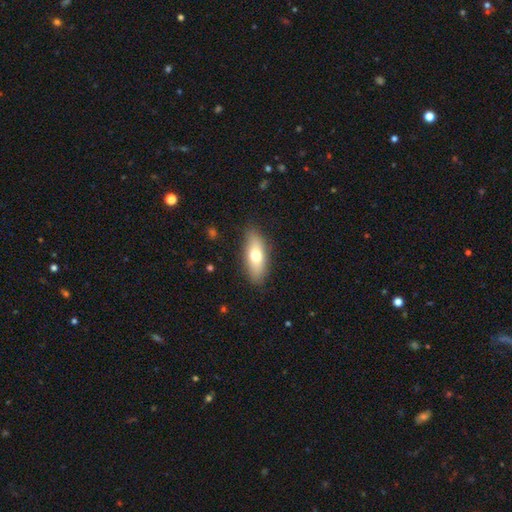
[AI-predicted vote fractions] Smooth or featured: smooth — 68% (featured or disk — 26%)
How rounded: in between — 68% (cigar-shaped — 28%)
Merging: none — 86% (minor disturbance — 10%)